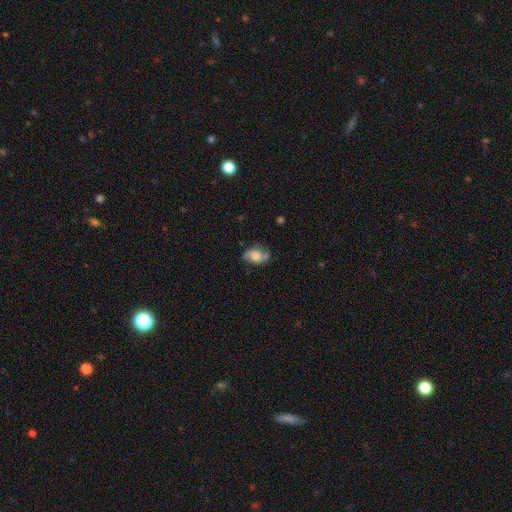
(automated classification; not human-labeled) Q: Smooth or featured?
A: smooth (50%); runner-up: featured or disk (41%)
Q: Merging?
A: none (60%); runner-up: minor disturbance (26%)